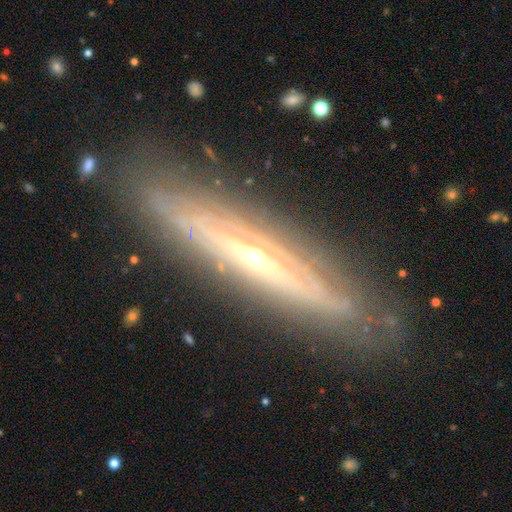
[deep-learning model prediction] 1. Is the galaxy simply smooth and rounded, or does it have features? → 78% featured or disk, 15% smooth, 7% star or artifact.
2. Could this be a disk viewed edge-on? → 82% yes, 18% no.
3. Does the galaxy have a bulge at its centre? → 73% rounded, 24% none, 3% boxy.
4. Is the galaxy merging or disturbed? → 85% none, 11% minor disturbance, 3% major disturbance, 1% merger.